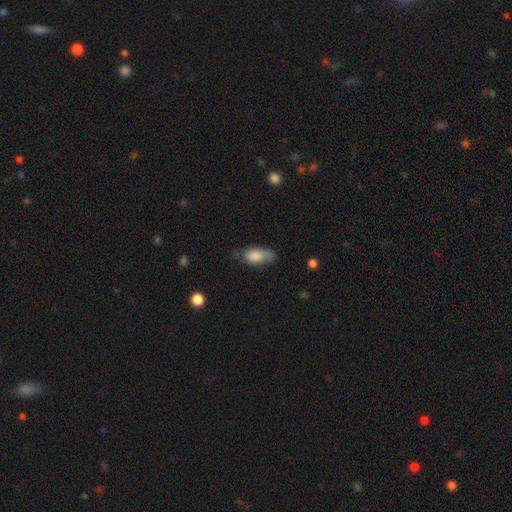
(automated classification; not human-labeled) The model was most divided on "merging": none: 51%, minor disturbance: 34%, major disturbance: 13%, merger: 2%. More confident: how rounded — in between (87%); smooth or featured — smooth (78%).